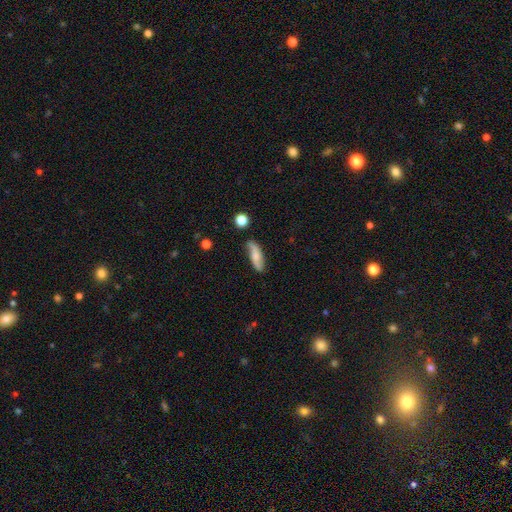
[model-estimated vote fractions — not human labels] Smooth or featured? Predicted: featured or disk (p=0.49). Merging? Predicted: none (p=0.68).